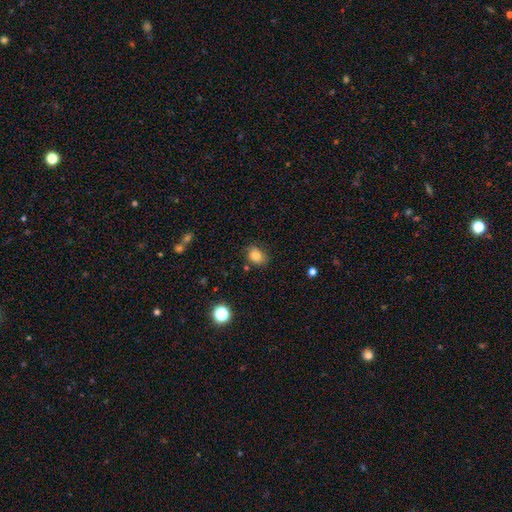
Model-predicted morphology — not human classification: A smooth galaxy with no disk features (82%) that is in between round and cigar-shaped (63%).

Vote fractions:
- Smooth or featured? smooth: 82% / star or artifact: 11% / featured or disk: 7%
- How rounded? in between: 63% / round: 36% / cigar-shaped: 1%
- Merging? none: 75% / minor disturbance: 18% / major disturbance: 4% / merger: 3%